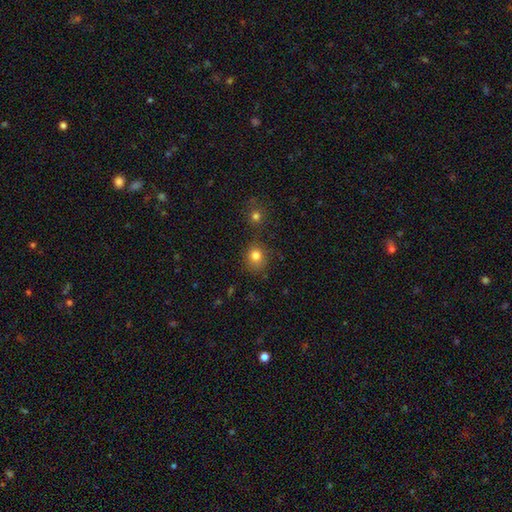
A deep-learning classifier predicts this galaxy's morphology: Smooth or featured? Predicted: smooth (p=0.81). How rounded? Predicted: round (p=0.80). Merging? Predicted: none (p=0.73).